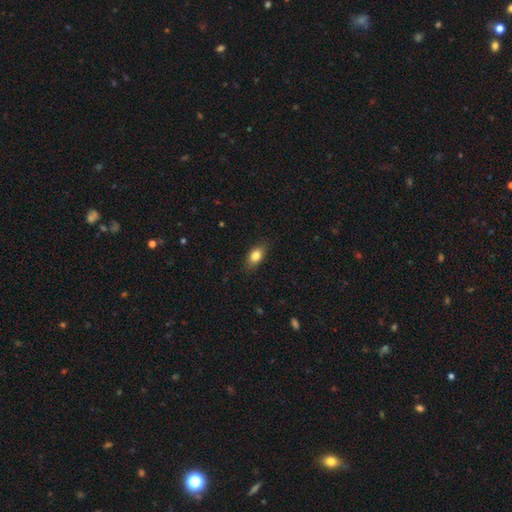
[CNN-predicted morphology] type=smooth (81%); roundness=in between (84%); merging=none (84%).